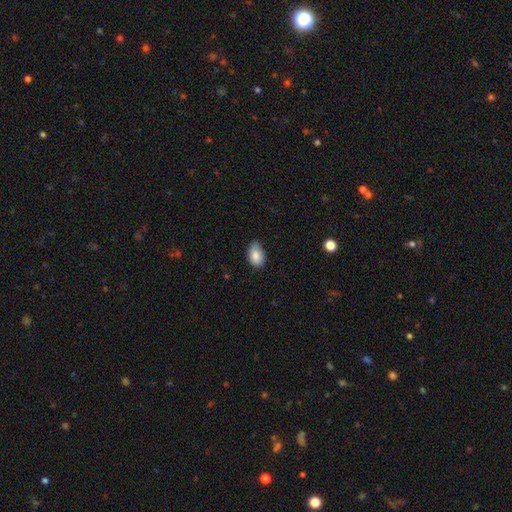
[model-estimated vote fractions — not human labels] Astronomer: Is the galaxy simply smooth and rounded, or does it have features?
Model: smooth — 85%.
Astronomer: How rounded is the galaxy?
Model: in between — 88%.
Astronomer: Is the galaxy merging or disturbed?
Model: none — 66%.